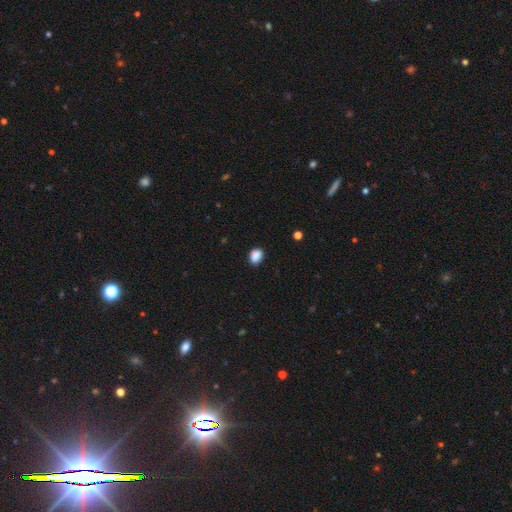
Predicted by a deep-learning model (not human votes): Smooth or featured?
  - smooth: 87% *
  - star or artifact: 9%
  - featured or disk: 3%
How rounded?
  - in between: 61% *
  - round: 38%
  - cigar-shaped: 1%
Merging?
  - none: 85% *
  - minor disturbance: 12%
  - major disturbance: 3%
  - merger: 1%